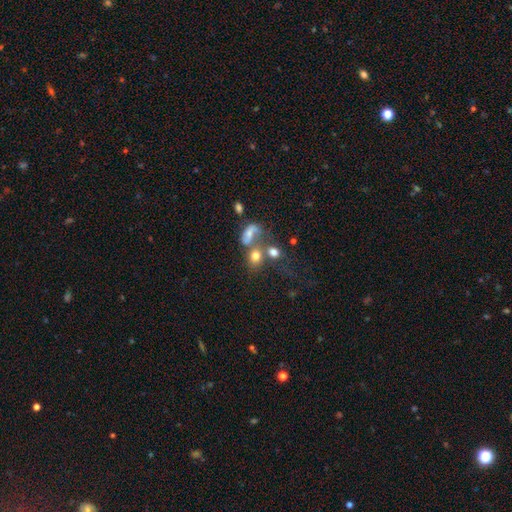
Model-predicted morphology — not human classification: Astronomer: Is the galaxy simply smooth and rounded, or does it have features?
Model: smooth — 69%.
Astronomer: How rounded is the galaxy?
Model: round — 56% (runner-up: in between, 42%).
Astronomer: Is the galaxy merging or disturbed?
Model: merger — 41% (runner-up: none, 36%).